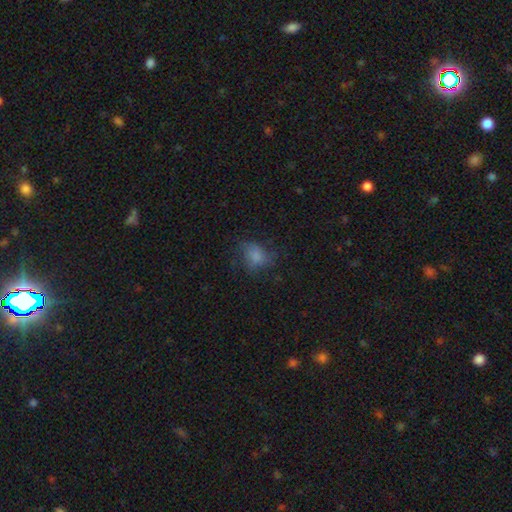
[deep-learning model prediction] Smooth or featured? smooth (69%)
How rounded? in between (56%)
Merging? none (51%)